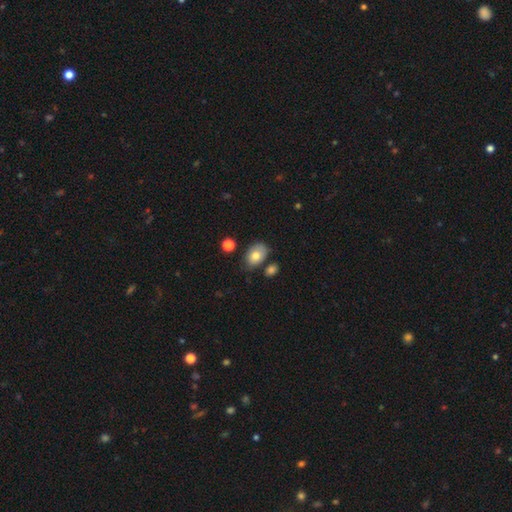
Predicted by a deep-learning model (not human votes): Smooth or featured?
  - smooth: 77% *
  - featured or disk: 15%
  - star or artifact: 8%
How rounded?
  - in between: 80% *
  - round: 18%
  - cigar-shaped: 1%
Merging?
  - none: 62% *
  - minor disturbance: 24%
  - merger: 8%
  - major disturbance: 6%